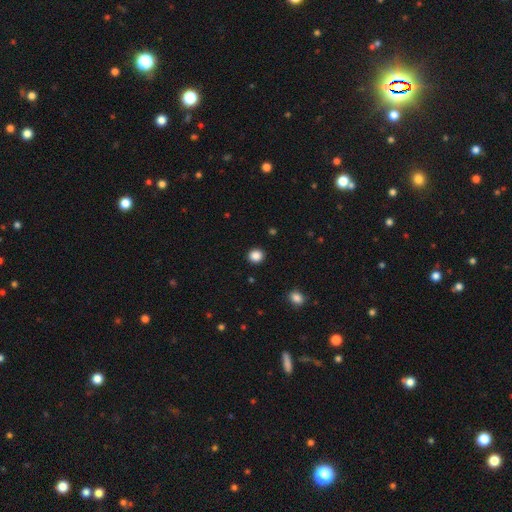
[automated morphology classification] Q: Smooth or featured?
A: smooth (87%); runner-up: star or artifact (11%)
Q: How rounded?
A: round (86%); runner-up: in between (13%)
Q: Merging?
A: none (92%); runner-up: minor disturbance (5%)